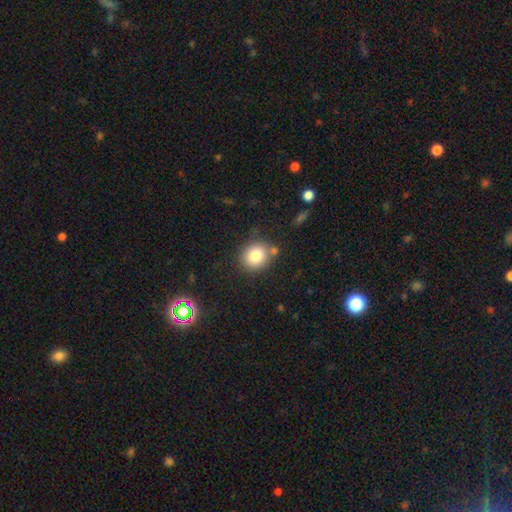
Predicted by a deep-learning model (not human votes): Smooth or featured?
  - smooth: 81% *
  - star or artifact: 11%
  - featured or disk: 9%
How rounded?
  - round: 77% *
  - in between: 22%
  - cigar-shaped: 1%
Merging?
  - none: 76% *
  - minor disturbance: 12%
  - merger: 8%
  - major disturbance: 4%